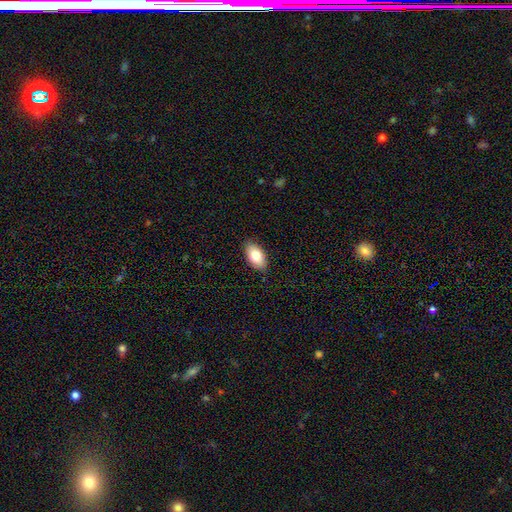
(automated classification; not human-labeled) A smooth galaxy with no disk features (80%) that is in between round and cigar-shaped (93%). Merging: none (87%).